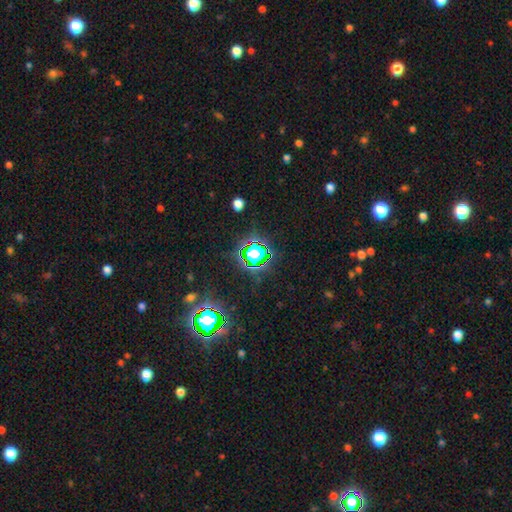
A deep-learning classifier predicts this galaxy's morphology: This appears to be a star or artifact, not a galaxy (68%).